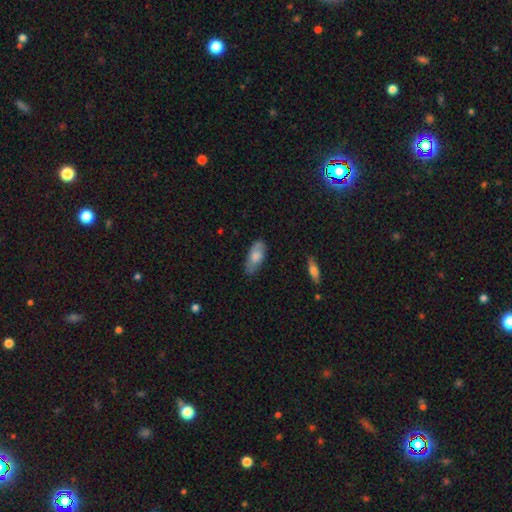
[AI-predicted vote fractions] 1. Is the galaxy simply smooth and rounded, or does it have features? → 74% smooth, 20% featured or disk, 6% star or artifact.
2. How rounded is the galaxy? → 83% in between, 15% cigar-shaped, 2% round.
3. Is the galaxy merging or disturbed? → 71% none, 23% minor disturbance, 5% major disturbance, 2% merger.